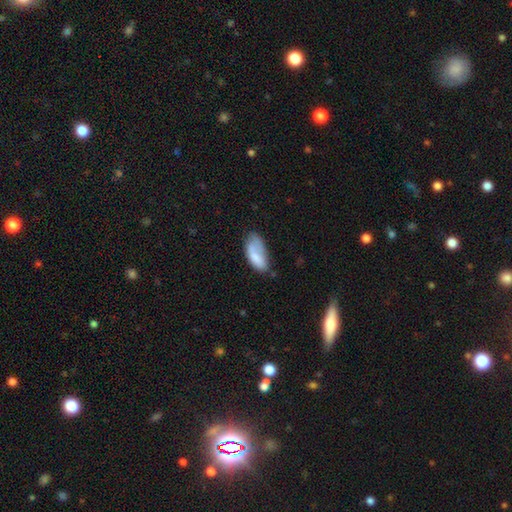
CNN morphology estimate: Overall: smooth (74%). How rounded: in between (88%). Merging: none (35%; minor disturbance 33%).